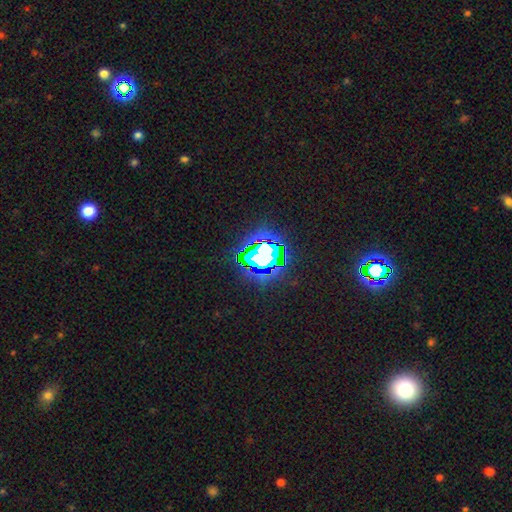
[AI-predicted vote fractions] This is likely a star or artifact rather than a galaxy (74%).